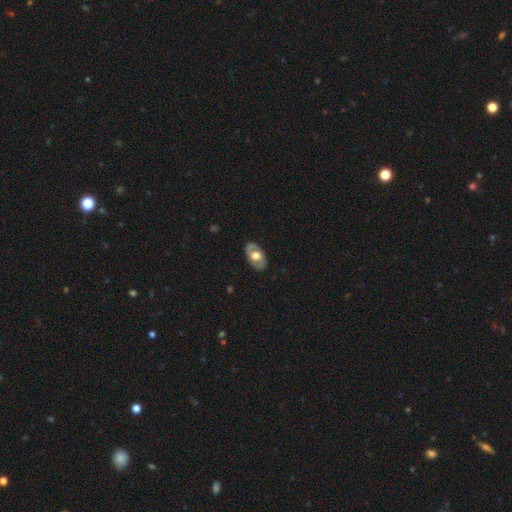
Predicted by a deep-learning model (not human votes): smooth-or-featured: featured or disk: 54% | smooth: 40% | star or artifact: 5%
  disk-edge-on: no: 88% | yes: 12%
  merging: none: 80% | minor disturbance: 15% | major disturbance: 4% | merger: 1%